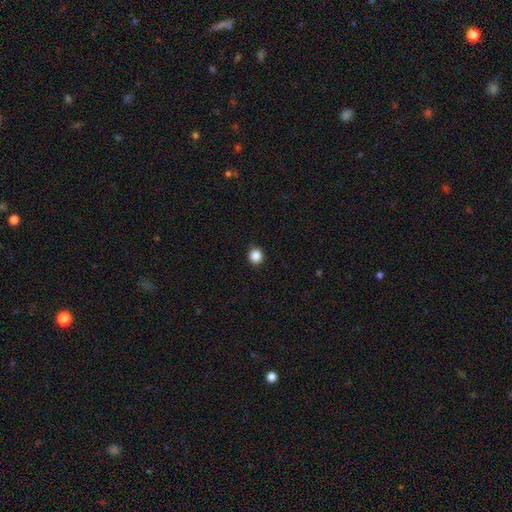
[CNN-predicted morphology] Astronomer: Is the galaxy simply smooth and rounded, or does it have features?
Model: smooth — 87%.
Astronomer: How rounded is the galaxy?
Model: round — 92%.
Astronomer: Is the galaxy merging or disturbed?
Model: none — 90%.